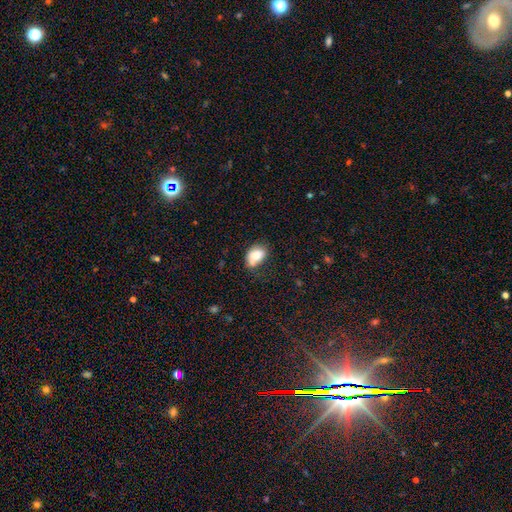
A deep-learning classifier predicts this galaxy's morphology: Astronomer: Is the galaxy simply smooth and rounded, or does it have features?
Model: smooth — 78%.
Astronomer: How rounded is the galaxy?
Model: in between — 80%.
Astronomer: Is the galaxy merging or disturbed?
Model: none — 46% (runner-up: minor disturbance, 27%).